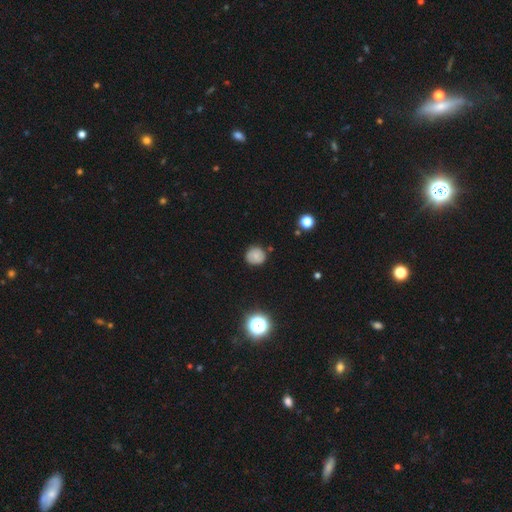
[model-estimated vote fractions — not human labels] smooth-or-featured: smooth: 73% | featured or disk: 15% | star or artifact: 12%
  how-rounded: round: 90% | in between: 9% | cigar-shaped: 1%
  merging: none: 82% | minor disturbance: 13% | major disturbance: 3% | merger: 2%